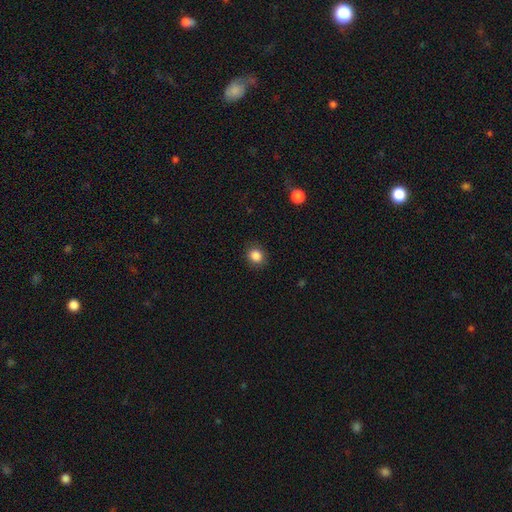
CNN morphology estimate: Smooth or featured? Predicted: smooth (p=0.86). How rounded? Predicted: round (p=0.72). Merging? Predicted: none (p=0.86).